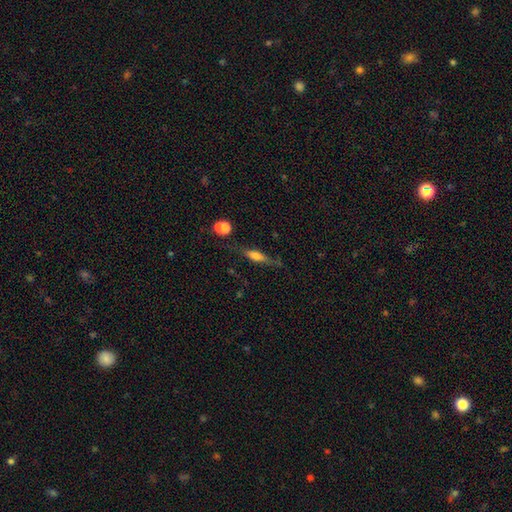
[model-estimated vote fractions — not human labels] Smooth or featured? Predicted: smooth (p=0.51). How rounded? Predicted: cigar-shaped (p=0.68). Merging? Predicted: none (p=0.66).